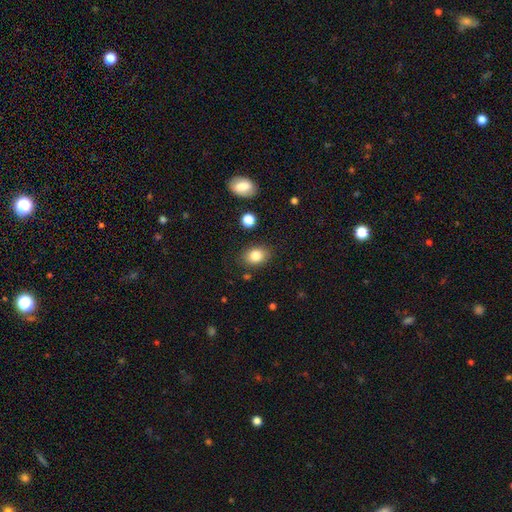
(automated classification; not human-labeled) smooth_or_featured: smooth (p=0.82) [alt: star or artifact p=0.10]
how_rounded: in between (p=0.67) [alt: round p=0.32]
merging: none (p=0.84) [alt: minor disturbance p=0.10]